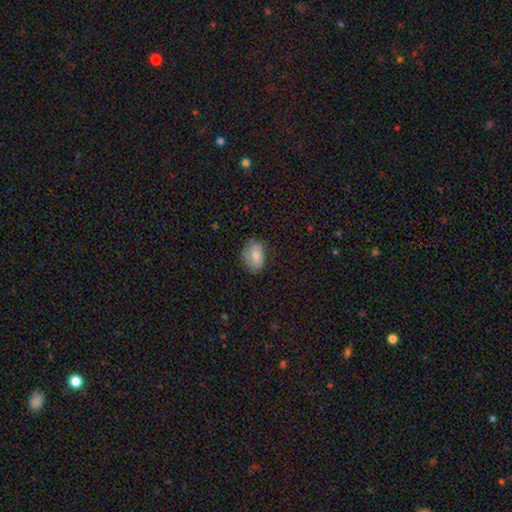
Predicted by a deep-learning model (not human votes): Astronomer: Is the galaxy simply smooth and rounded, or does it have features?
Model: smooth — 74%.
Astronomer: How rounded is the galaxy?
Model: in between — 77%.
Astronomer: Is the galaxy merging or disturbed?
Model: none — 61%.